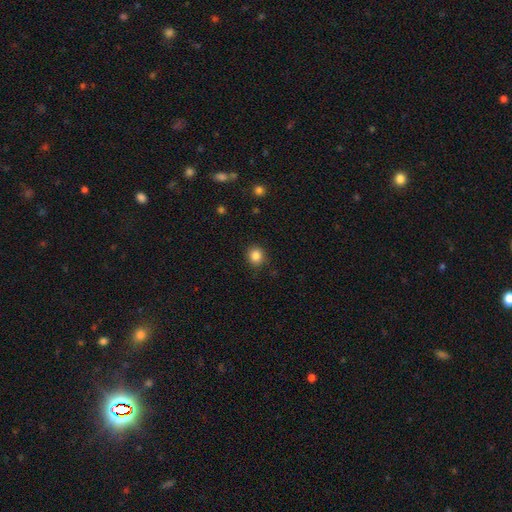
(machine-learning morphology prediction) smooth_or_featured: smooth (p=0.85) [alt: star or artifact p=0.11]
how_rounded: round (p=0.86) [alt: in between p=0.13]
merging: none (p=0.88) [alt: minor disturbance p=0.08]